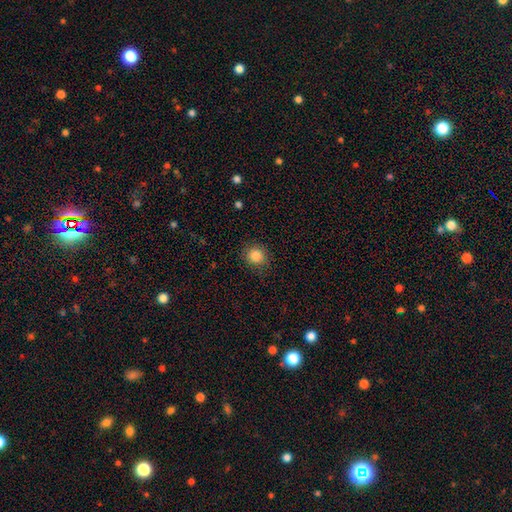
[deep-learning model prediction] smooth 85%, star or artifact 10%, featured or disk 5%. Down the decision tree: how rounded — round (87%); merging — none (86%).